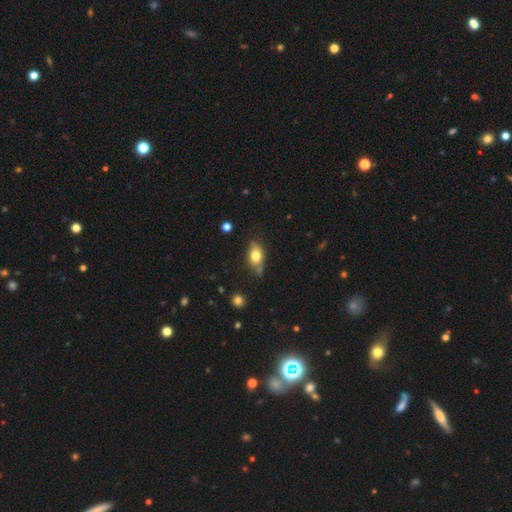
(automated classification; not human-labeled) Overall: smooth (75%). How rounded: in between (81%). Merging: none (62%; minor disturbance 23%).